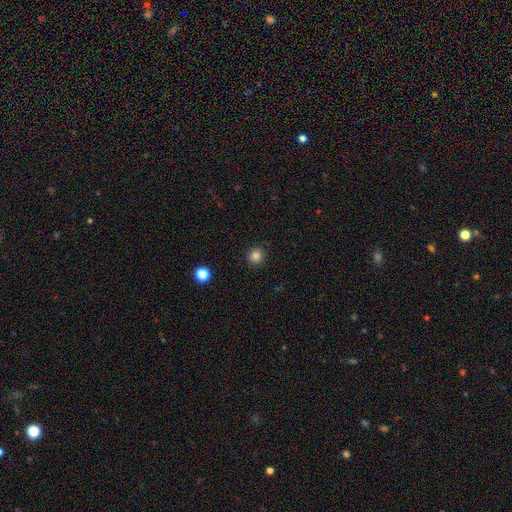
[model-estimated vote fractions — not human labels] Q: Smooth or featured?
A: smooth (83%); runner-up: star or artifact (12%)
Q: How rounded?
A: round (91%); runner-up: in between (8%)
Q: Merging?
A: none (91%); runner-up: minor disturbance (6%)